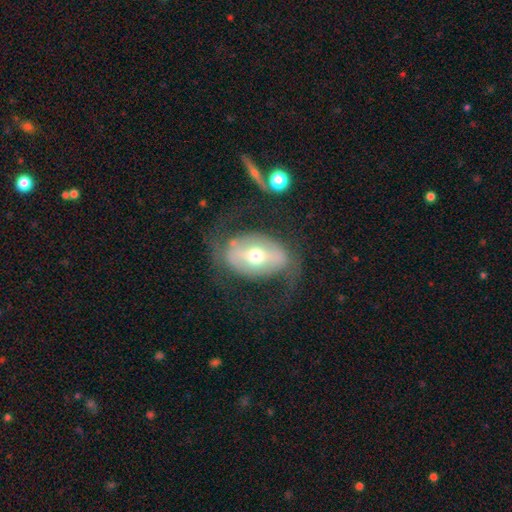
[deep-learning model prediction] smooth_or_featured: featured or disk (p=0.70) [alt: smooth p=0.24]
disk_edge_on: no (p=0.92) [alt: yes p=0.08]
bar: strong (p=0.53) [alt: weak p=0.27]
has_spiral_arms: yes (p=0.55) [alt: no p=0.45]
bulge_size: moderate (p=0.65) [alt: small p=0.25]
merging: none (p=0.60) [alt: major disturbance p=0.20]